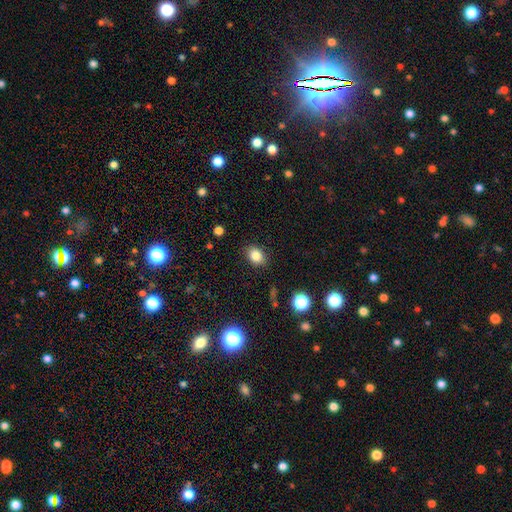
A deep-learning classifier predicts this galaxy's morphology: type=smooth (83%); roundness=in between (68%); merging=none (86%).